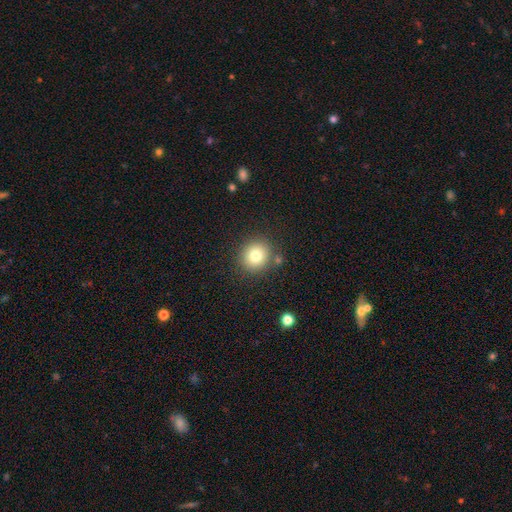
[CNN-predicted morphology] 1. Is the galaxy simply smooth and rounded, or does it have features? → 78% smooth, 12% star or artifact, 10% featured or disk.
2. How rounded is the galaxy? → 89% round, 10% in between, 1% cigar-shaped.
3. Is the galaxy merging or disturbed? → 84% none, 8% minor disturbance, 5% merger, 3% major disturbance.